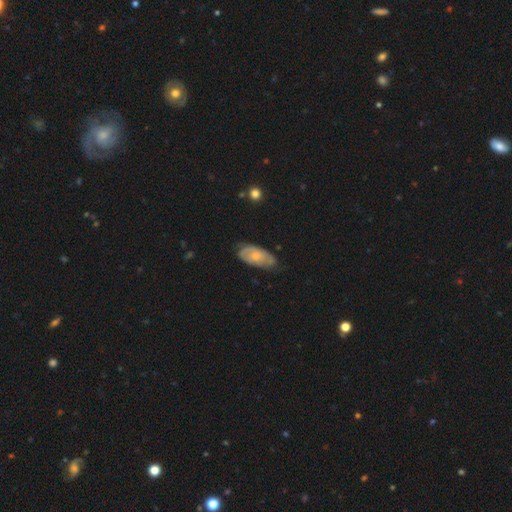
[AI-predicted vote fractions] A featured or disk galaxy (49%). Merging: none (63%).